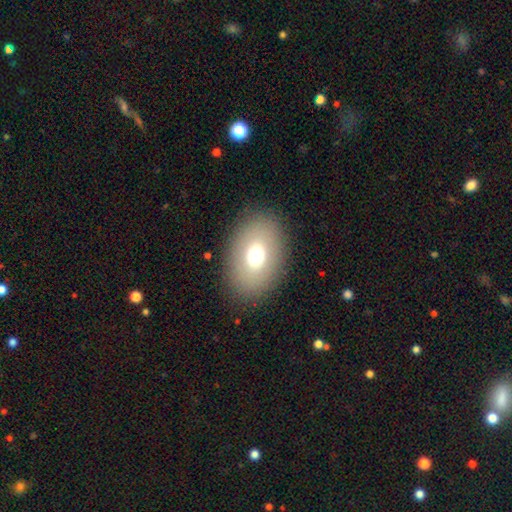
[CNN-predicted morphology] Smooth or featured? Predicted: smooth (p=0.69). How rounded? Predicted: in between (p=0.80). Merging? Predicted: none (p=0.87).